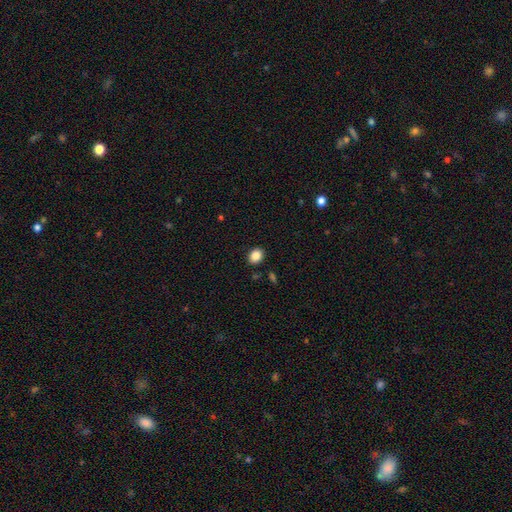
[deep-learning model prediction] Q: Smooth or featured?
A: smooth (87%); runner-up: star or artifact (9%)
Q: How rounded?
A: in between (55%); runner-up: round (44%)
Q: Merging?
A: none (89%); runner-up: minor disturbance (7%)